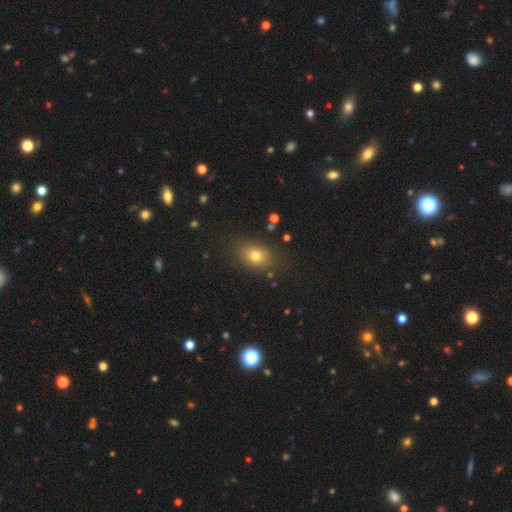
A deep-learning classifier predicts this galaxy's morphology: Q: Smooth or featured?
A: smooth (76%); runner-up: star or artifact (13%)
Q: How rounded?
A: in between (74%); runner-up: round (24%)
Q: Merging?
A: none (82%); runner-up: minor disturbance (12%)